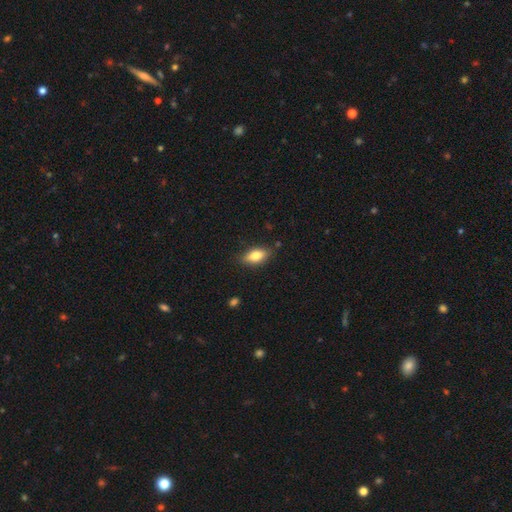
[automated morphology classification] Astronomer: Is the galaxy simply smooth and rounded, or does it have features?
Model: smooth — 79%.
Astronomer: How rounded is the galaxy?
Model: in between — 85%.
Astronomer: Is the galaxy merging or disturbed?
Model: none — 82%.